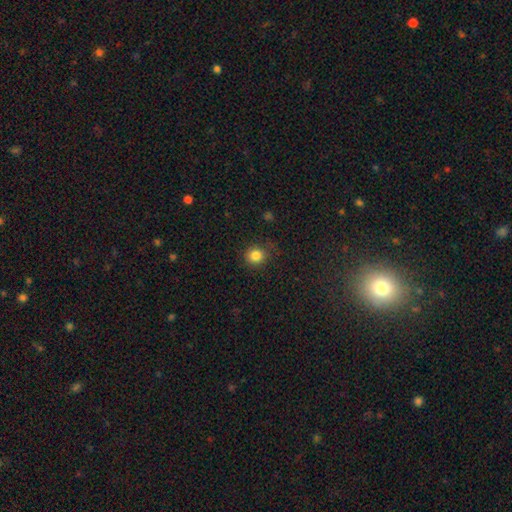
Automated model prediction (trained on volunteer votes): Overall: smooth (83%). How rounded: round (88%). Merging: none (82%).